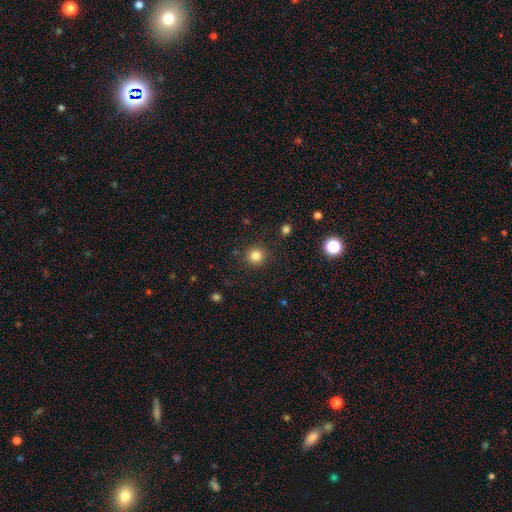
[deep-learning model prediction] smooth_or_featured: smooth (p=0.83) [alt: star or artifact p=0.12]
how_rounded: round (p=0.93) [alt: in between p=0.06]
merging: none (p=0.89) [alt: minor disturbance p=0.06]